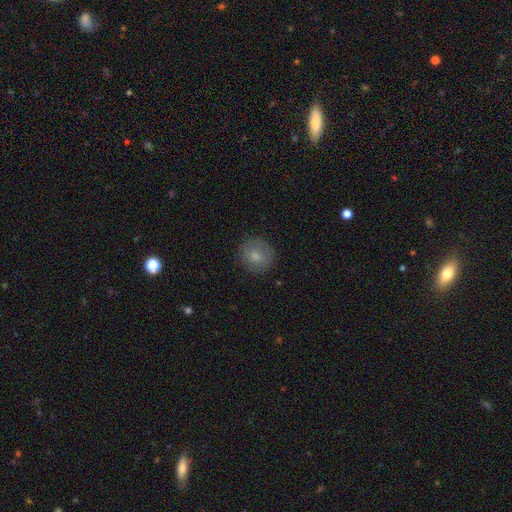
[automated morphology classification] The model was most divided on "smooth or featured": smooth: 75%, featured or disk: 16%, star or artifact: 9%. More confident: how rounded — round (87%); merging — none (85%).